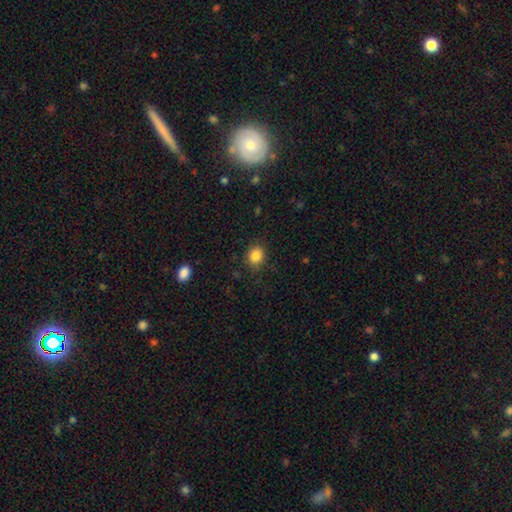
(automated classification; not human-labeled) The model was most divided on "how rounded": round: 67%, in between: 32%, cigar-shaped: 1%. More confident: smooth or featured — smooth (85%); merging — none (85%).